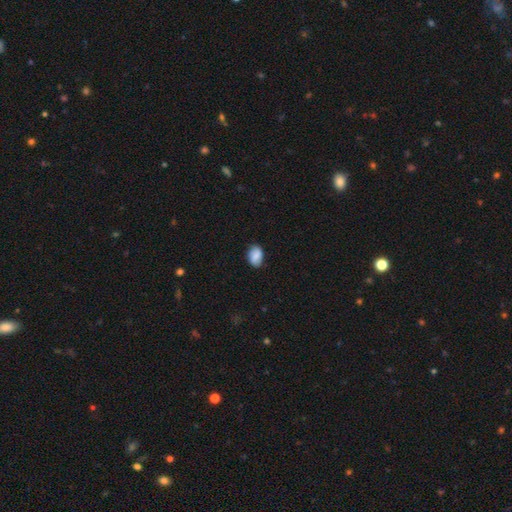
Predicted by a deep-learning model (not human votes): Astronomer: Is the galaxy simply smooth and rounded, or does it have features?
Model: smooth — 81%.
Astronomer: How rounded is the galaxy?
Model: in between — 82%.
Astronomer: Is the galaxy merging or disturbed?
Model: none — 81%.